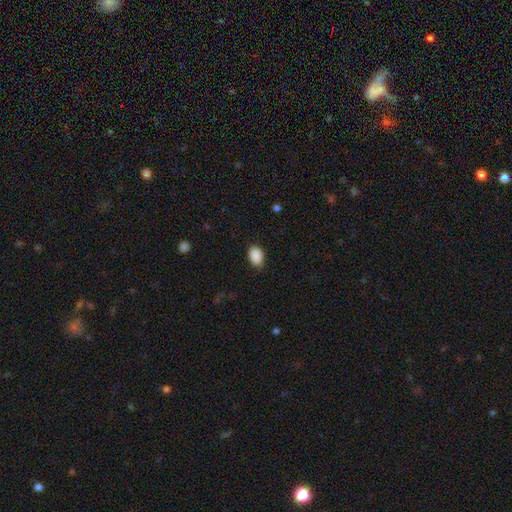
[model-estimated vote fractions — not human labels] Morphology: type=smooth (90%); roundness=in between (83%); merging=none (84%).